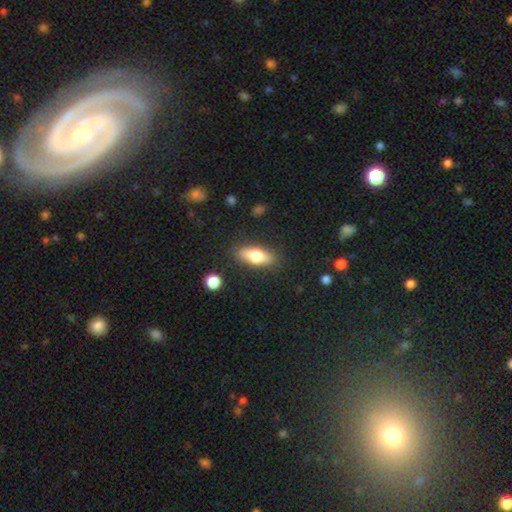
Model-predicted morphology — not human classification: Q: Smooth or featured?
A: smooth (70%); runner-up: featured or disk (23%)
Q: How rounded?
A: in between (68%); runner-up: cigar-shaped (28%)
Q: Merging?
A: none (84%); runner-up: minor disturbance (11%)